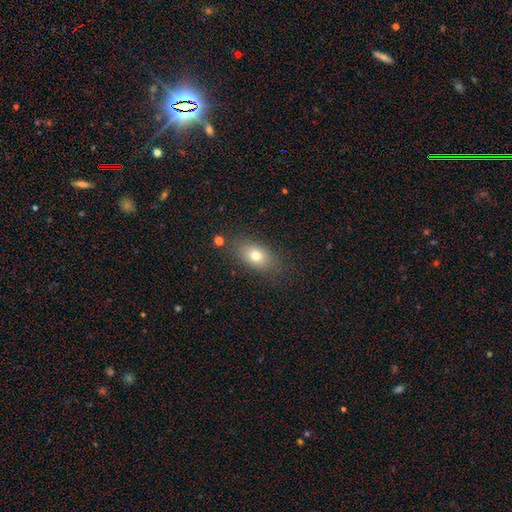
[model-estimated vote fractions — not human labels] A smooth galaxy with no disk features (76%) that is in between round and cigar-shaped (83%).

Vote fractions:
- Smooth or featured? smooth: 76% / featured or disk: 14% / star or artifact: 10%
- How rounded? in between: 83% / round: 13% / cigar-shaped: 4%
- Merging? none: 81% / minor disturbance: 13% / major disturbance: 4% / merger: 2%